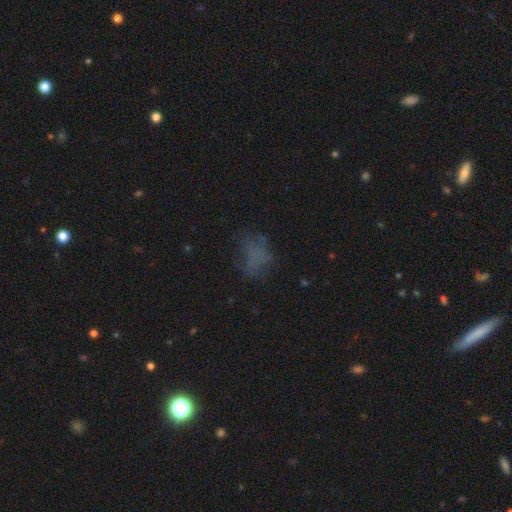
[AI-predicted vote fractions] Overall: smooth (53%; star or artifact 25%). How rounded: in between (68%; round 29%). Merging: none (53%; major disturbance 23%).